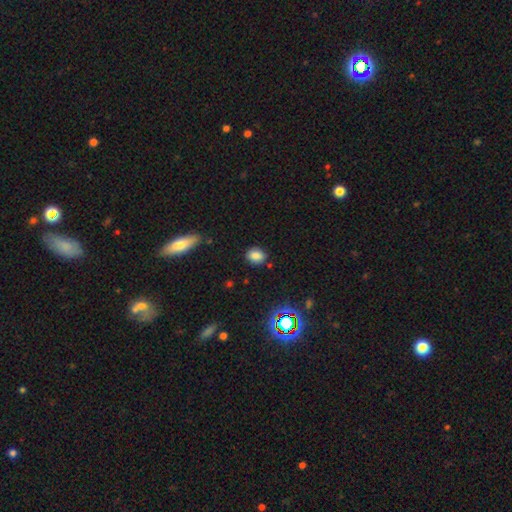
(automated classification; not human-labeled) This appears to be a smooth galaxy with no disk features (80%) that is in between round and cigar-shaped (57%). Merging: none (84%).